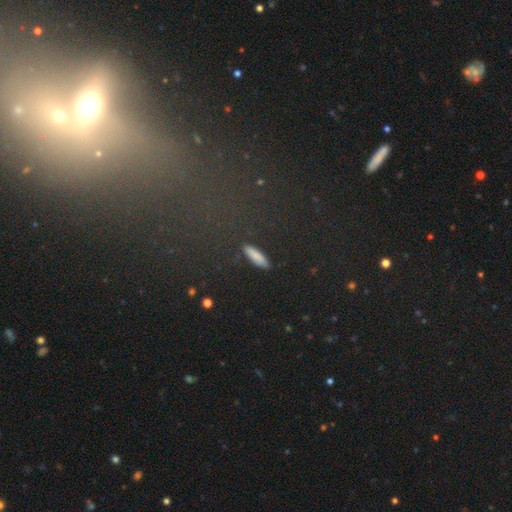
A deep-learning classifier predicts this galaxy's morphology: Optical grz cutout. It shows a smooth galaxy with no disk features (81%) that is cigar-shaped (61%). Merging: none (85%).